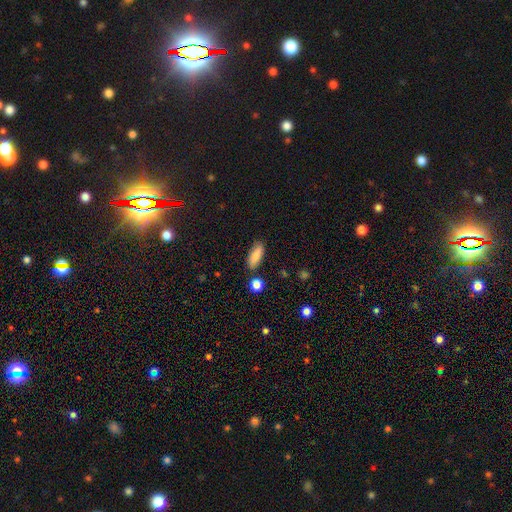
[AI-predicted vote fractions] The model was most divided on "how rounded": in between: 74%, cigar-shaped: 23%, round: 3%. More confident: merging — none (83%); smooth or featured — smooth (82%).